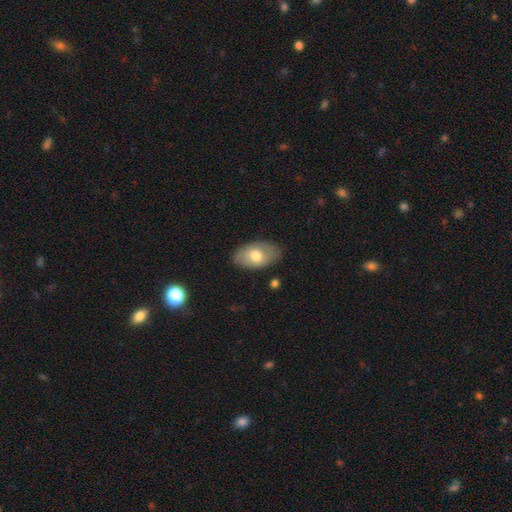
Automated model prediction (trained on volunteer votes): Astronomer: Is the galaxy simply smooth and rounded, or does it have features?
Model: smooth — 68%.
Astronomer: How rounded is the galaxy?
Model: in between — 93%.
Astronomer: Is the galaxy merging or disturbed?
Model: none — 81%.